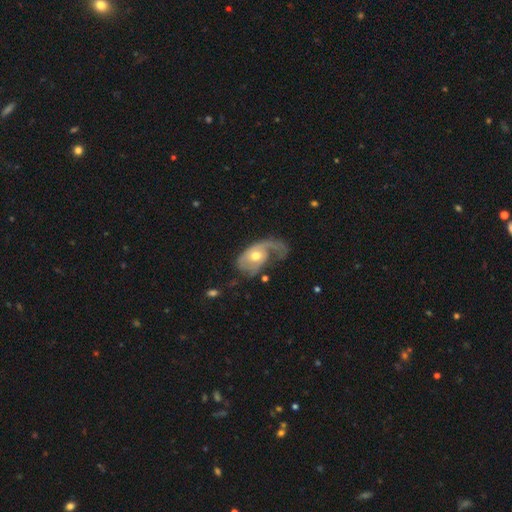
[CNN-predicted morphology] This is likely a featured or disk galaxy (69%). It is clearly not viewed edge-on (95%). Bar: likely no (78%). Spiral arm pattern: likely yes (77%). Spiral arm count: likely 1 (70%). Spiral winding: possibly loose (48%). Central bulge: likely moderate (73%). Merging: possibly major disturbance (52%).